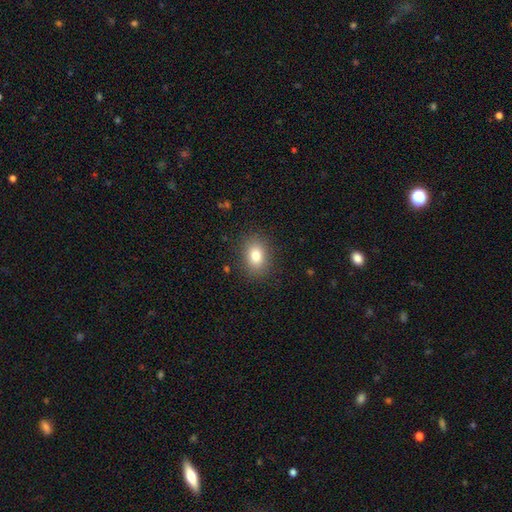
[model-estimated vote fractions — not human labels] smooth-or-featured: smooth: 80% | star or artifact: 10% | featured or disk: 10%
  how-rounded: in between: 71% | round: 28% | cigar-shaped: 1%
  merging: none: 87% | minor disturbance: 9% | major disturbance: 3% | merger: 1%